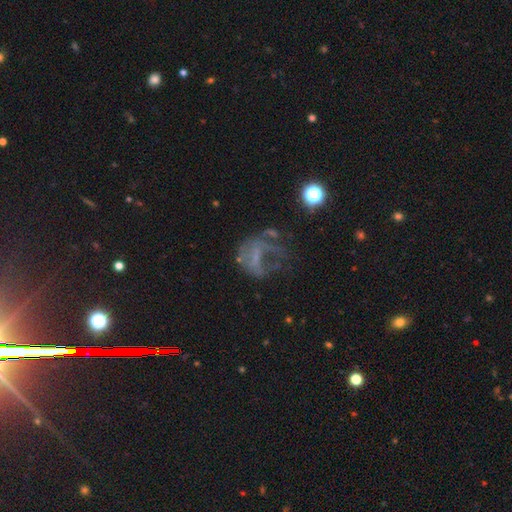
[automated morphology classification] A featured or disk galaxy (50%). Merging: major disturbance (48%).